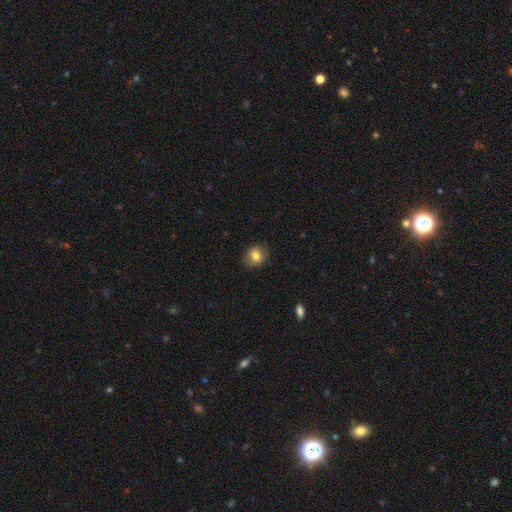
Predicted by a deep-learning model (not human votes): The model was most divided on "how rounded": round: 71%, in between: 28%, cigar-shaped: 1%. More confident: merging — none (86%); smooth or featured — smooth (83%).